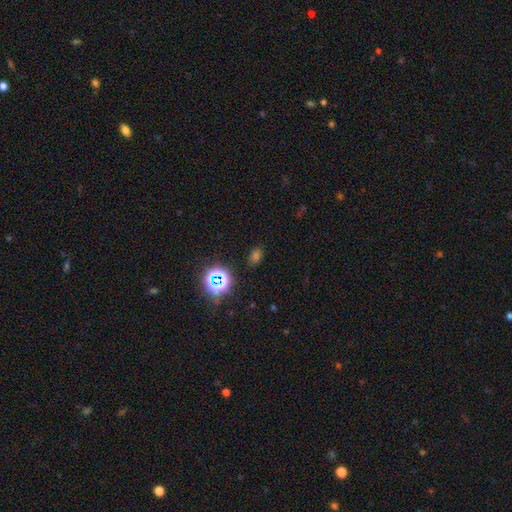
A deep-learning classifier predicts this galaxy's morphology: Overall: smooth (49%; star or artifact 45%). Merging: none (83%).